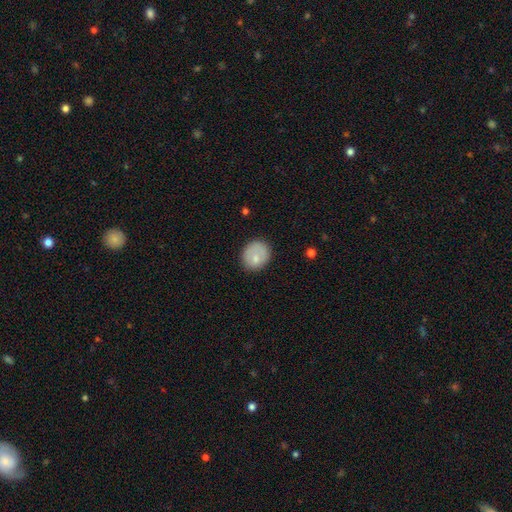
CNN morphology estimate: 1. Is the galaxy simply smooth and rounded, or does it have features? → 75% smooth, 17% featured or disk, 8% star or artifact.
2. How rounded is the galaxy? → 74% round, 25% in between, 1% cigar-shaped.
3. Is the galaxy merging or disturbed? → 74% none, 18% minor disturbance, 6% major disturbance, 2% merger.